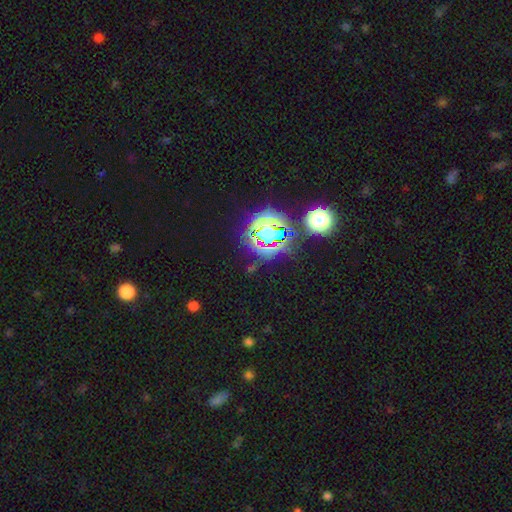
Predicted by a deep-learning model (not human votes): Smooth or featured: star or artifact — 78% (smooth — 15%)